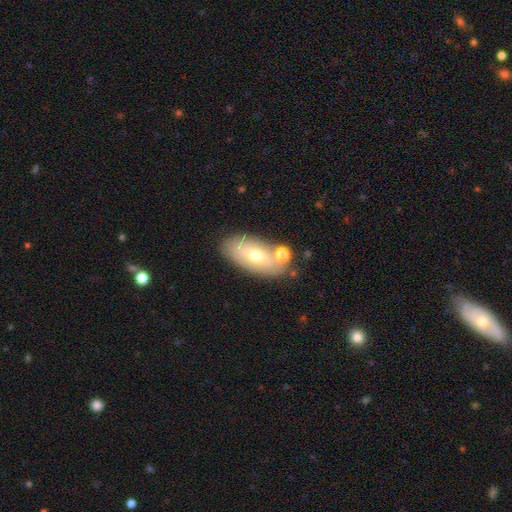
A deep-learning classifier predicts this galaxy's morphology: Q: Smooth or featured?
A: smooth (58%); runner-up: featured or disk (34%)
Q: How rounded?
A: in between (88%); runner-up: cigar-shaped (7%)
Q: Merging?
A: none (68%); runner-up: minor disturbance (14%)